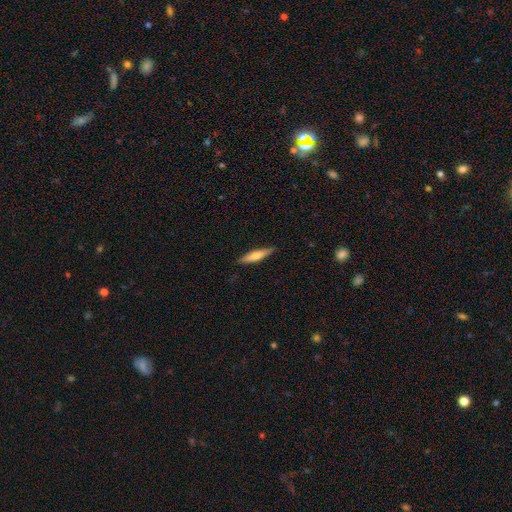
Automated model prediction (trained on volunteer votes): Morphology: type=smooth (51%); roundness=cigar-shaped (84%); merging=none (89%).